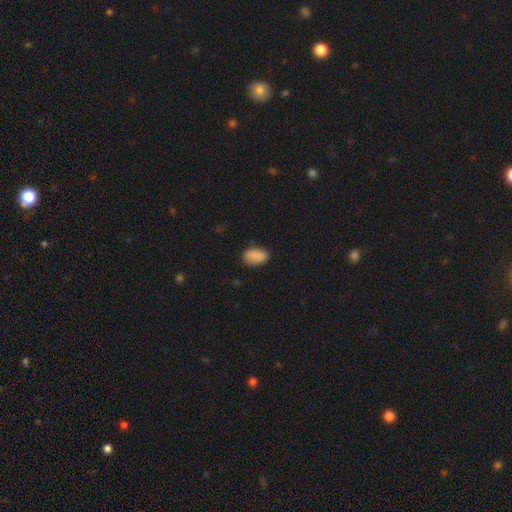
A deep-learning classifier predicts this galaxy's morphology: Overall: smooth (89%). How rounded: in between (92%). Merging: none (82%).